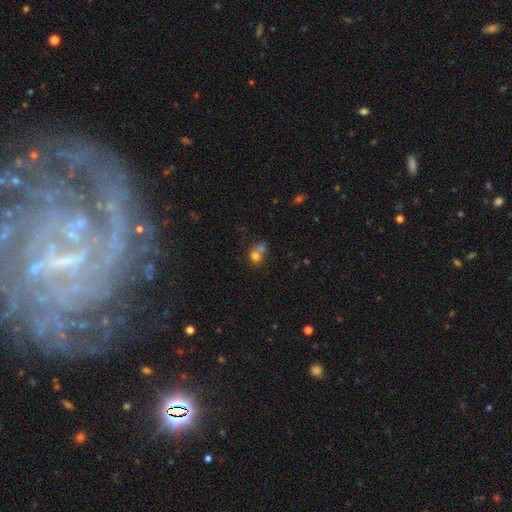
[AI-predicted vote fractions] A smooth galaxy with no disk features (71%) that is round (64%). Merging: merger (49%).